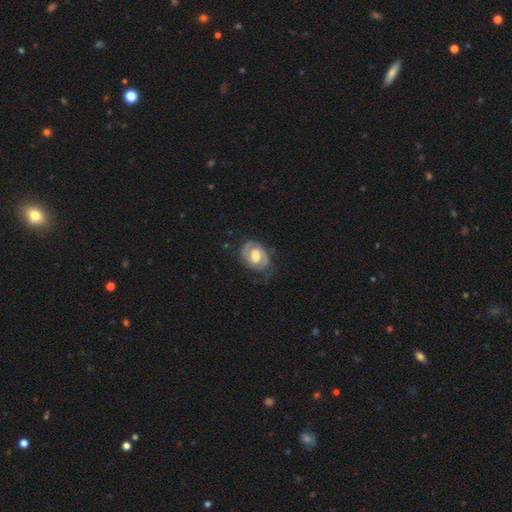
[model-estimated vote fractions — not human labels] Smooth or featured? featured or disk (78%)
Edge-on disk? no (97%)
Bar? weak (50%)
Spiral arms? yes (89%)
Spiral winding? tight (50%)
Spiral arm count? 2 (82%)
Bulge size? moderate (63%)
Merging? none (69%)